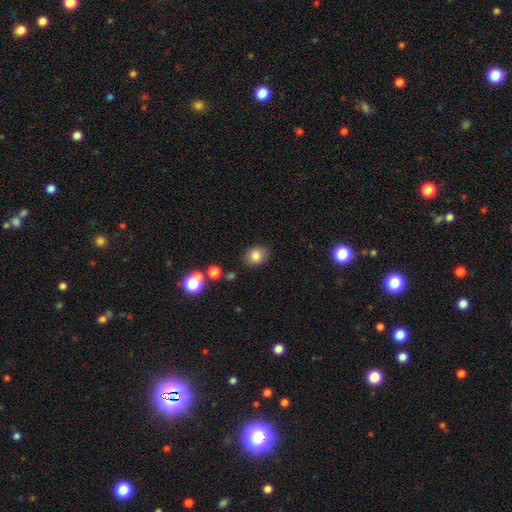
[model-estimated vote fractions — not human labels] A smooth galaxy with no disk features (81%) that is round (55%).

Vote fractions:
- Smooth or featured? smooth: 81% / star or artifact: 11% / featured or disk: 7%
- How rounded? round: 55% / in between: 44% / cigar-shaped: 1%
- Merging? none: 84% / minor disturbance: 10% / merger: 3% / major disturbance: 3%